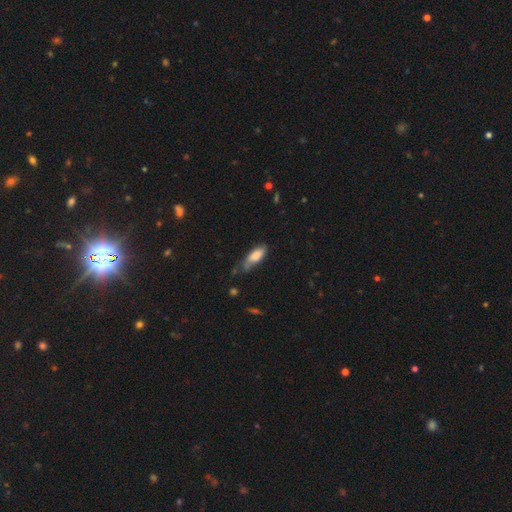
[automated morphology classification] Smooth or featured? Predicted: smooth (p=0.80). How rounded? Predicted: in between (p=0.75). Merging? Predicted: none (p=0.44).